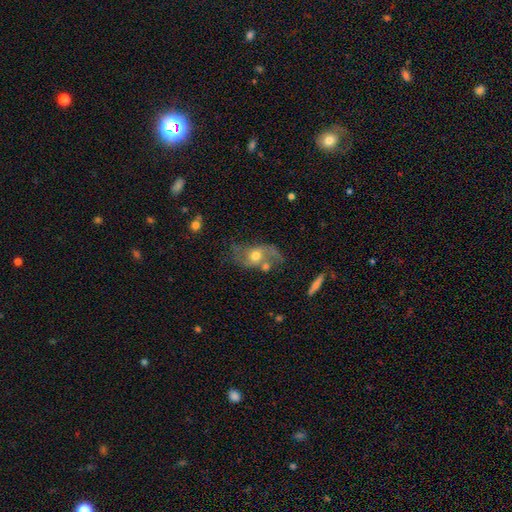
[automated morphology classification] This is likely a featured or disk galaxy (62%). It is clearly not viewed edge-on (93%). Bar: likely no (70%). Spiral arm pattern: likely yes (76%). Central bulge: likely moderate (70%). Merging: marginally none (44%).